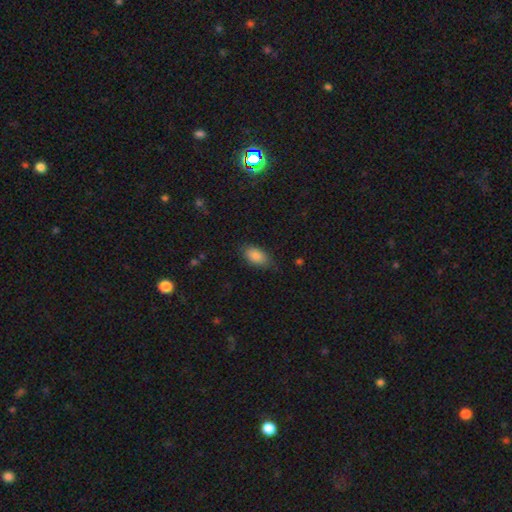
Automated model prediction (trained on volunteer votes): Smooth or featured? Predicted: smooth (p=0.86). How rounded? Predicted: in between (p=0.92). Merging? Predicted: none (p=0.78).